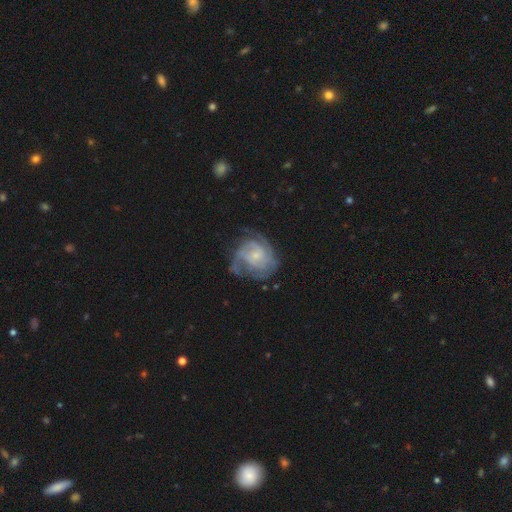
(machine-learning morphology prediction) Smooth or featured? featured or disk (81%)
Edge-on disk? no (98%)
Bar? no (66%)
Spiral arms? yes (93%)
Spiral winding? tight (54%)
Spiral arm count? can't tell (31%)
Bulge size? small (67%)
Merging? none (58%)